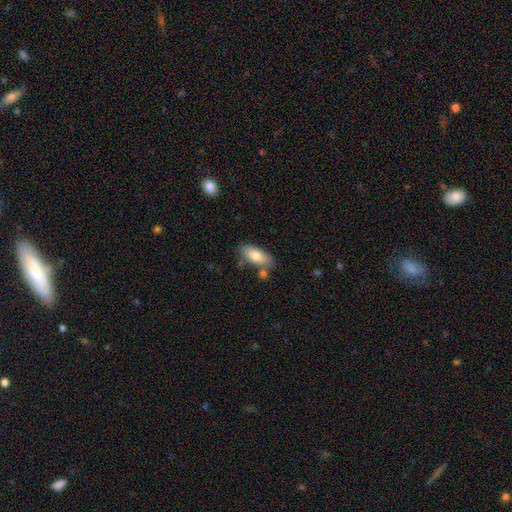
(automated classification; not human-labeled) smooth 77%, featured or disk 17%, star or artifact 6%. Down the decision tree: how rounded — in between (83%); merging — none (70%).